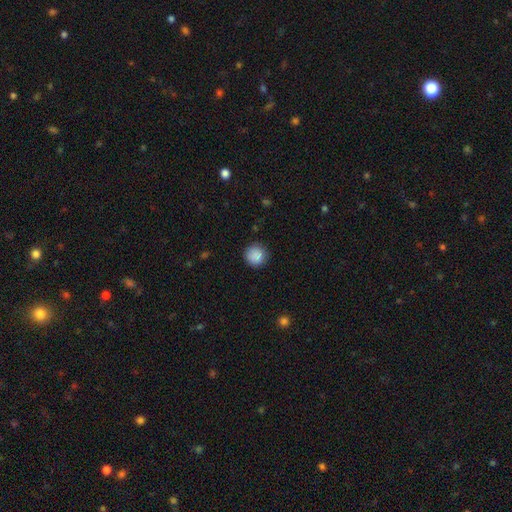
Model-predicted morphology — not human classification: A smooth galaxy with no disk features (86%) that is round (94%).

Vote fractions:
- Smooth or featured? smooth: 86% / star or artifact: 9% / featured or disk: 5%
- How rounded? round: 94% / in between: 5% / cigar-shaped: 1%
- Merging? none: 87% / minor disturbance: 10% / major disturbance: 2% / merger: 1%